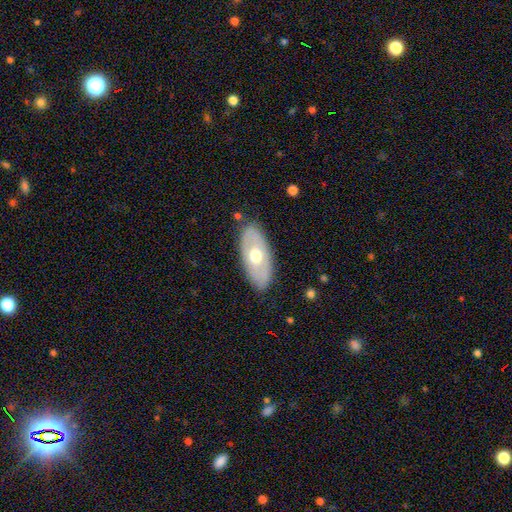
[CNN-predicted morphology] smooth-or-featured: smooth: 49% | featured or disk: 45% | star or artifact: 5%
  merging: none: 84% | minor disturbance: 12% | major disturbance: 3% | merger: 1%